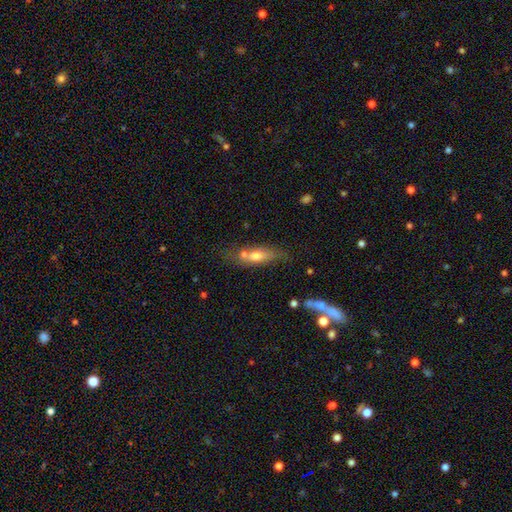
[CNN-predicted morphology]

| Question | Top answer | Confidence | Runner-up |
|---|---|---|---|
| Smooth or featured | smooth | 57% | featured or disk (34%) |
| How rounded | in between | 49% | cigar-shaped (47%) |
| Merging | none | 52% | merger (22%) |